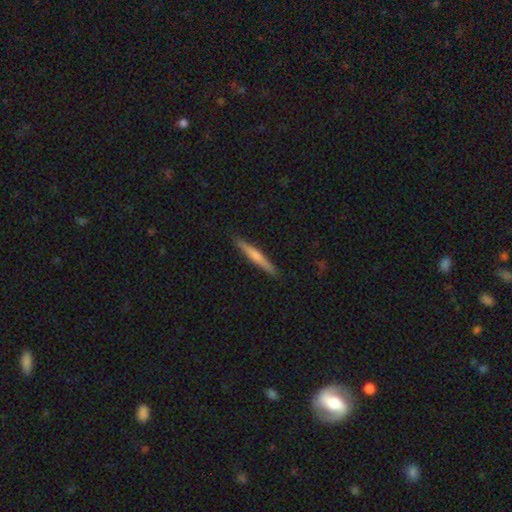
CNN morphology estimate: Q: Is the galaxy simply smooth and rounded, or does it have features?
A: smooth — 52%.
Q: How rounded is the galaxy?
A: cigar-shaped — 95%.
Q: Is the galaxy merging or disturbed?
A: none — 91%.